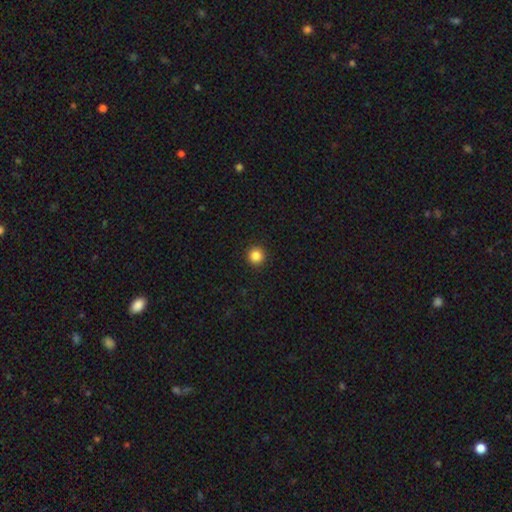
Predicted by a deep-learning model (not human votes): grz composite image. It shows a smooth galaxy with no disk features (84%) that is round (96%). Merging: none (94%).